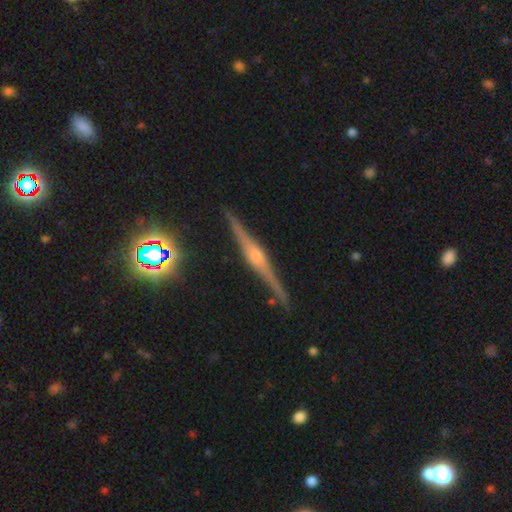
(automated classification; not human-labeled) featured or disk 84%, star or artifact 8%, smooth 8%. Down the decision tree: edge-on disk — yes (98%); edge-on bulge — rounded (84%); merging — none (90%).